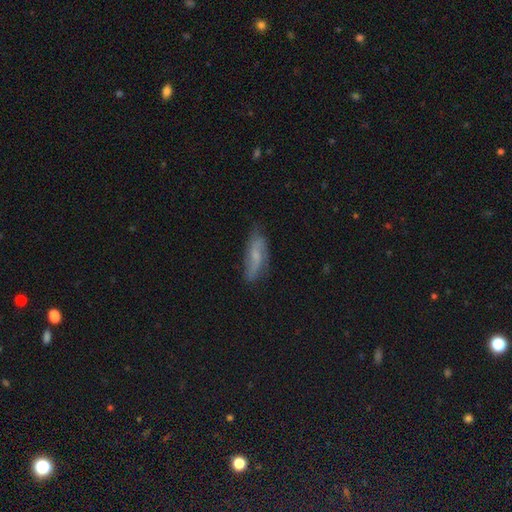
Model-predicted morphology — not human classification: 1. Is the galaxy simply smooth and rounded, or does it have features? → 52% featured or disk, 40% smooth, 9% star or artifact.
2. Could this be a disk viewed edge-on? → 78% no, 22% yes.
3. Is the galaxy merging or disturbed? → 71% none, 21% minor disturbance, 6% major disturbance, 2% merger.